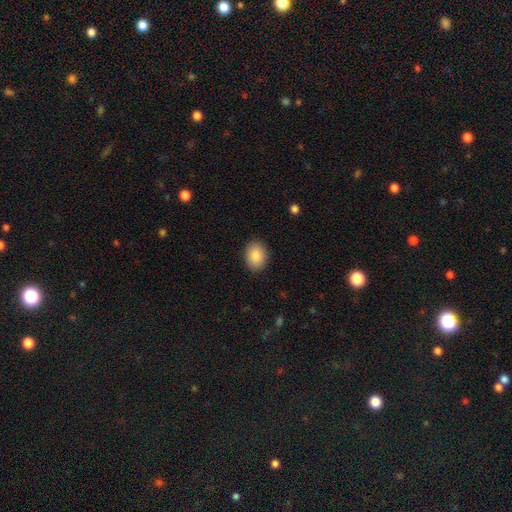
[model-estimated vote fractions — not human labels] A smooth galaxy with no disk features (87%) that is in between round and cigar-shaped (68%).

Vote fractions:
- Smooth or featured? smooth: 87% / star or artifact: 7% / featured or disk: 6%
- How rounded? in between: 68% / round: 31% / cigar-shaped: 1%
- Merging? none: 89% / minor disturbance: 8% / major disturbance: 2% / merger: 1%